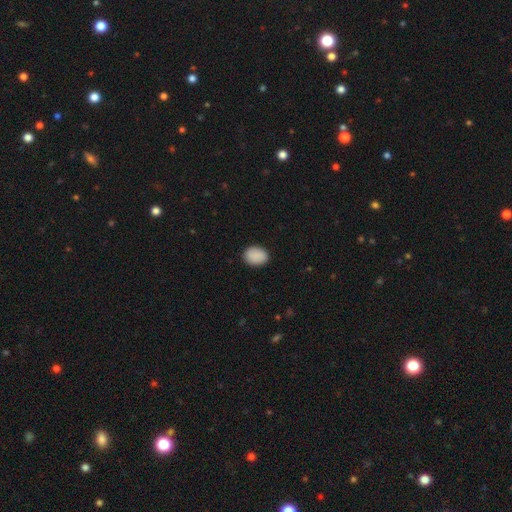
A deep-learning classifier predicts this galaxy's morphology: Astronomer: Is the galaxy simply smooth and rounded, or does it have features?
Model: smooth — 90%.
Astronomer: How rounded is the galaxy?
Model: in between — 68%.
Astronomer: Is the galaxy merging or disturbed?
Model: none — 88%.